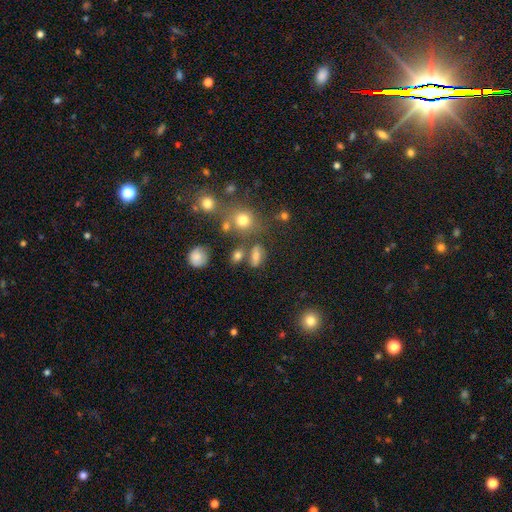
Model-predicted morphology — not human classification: This appears to be a smooth galaxy with no disk features (67%) that is in between round and cigar-shaped (71%). Merging: none (62%).